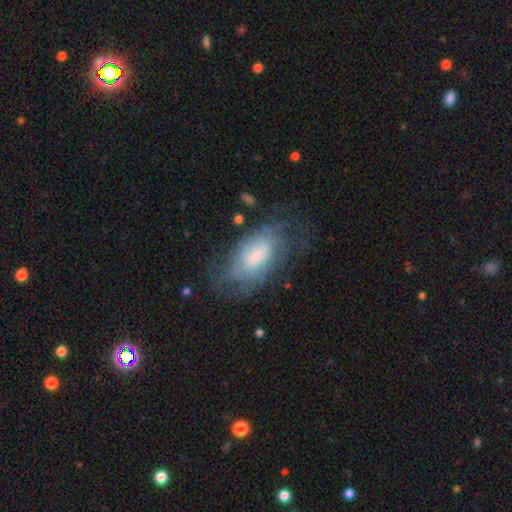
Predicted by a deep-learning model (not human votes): Smooth or featured? featured or disk (50%)
Merging? none (58%)